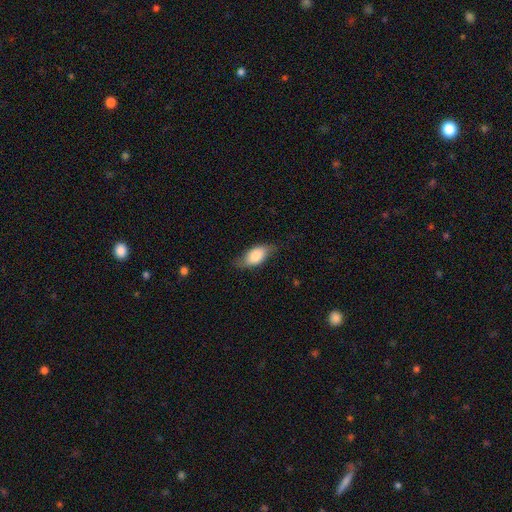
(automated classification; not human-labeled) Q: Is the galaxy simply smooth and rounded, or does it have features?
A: smooth — 75%.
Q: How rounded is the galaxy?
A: in between — 89%.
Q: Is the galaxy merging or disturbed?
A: none — 66%.